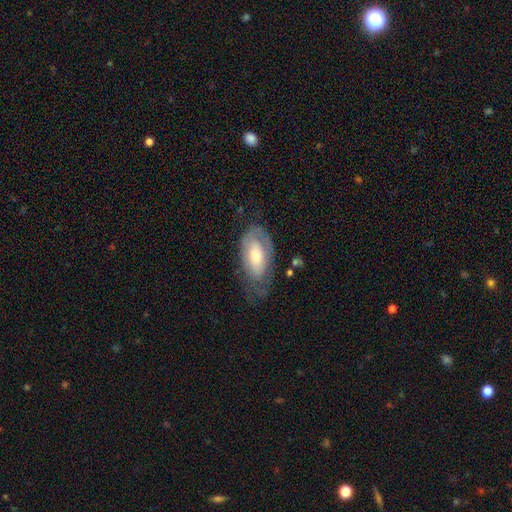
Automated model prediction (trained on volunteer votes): A featured or disk galaxy (55%). Merging: none (54%).